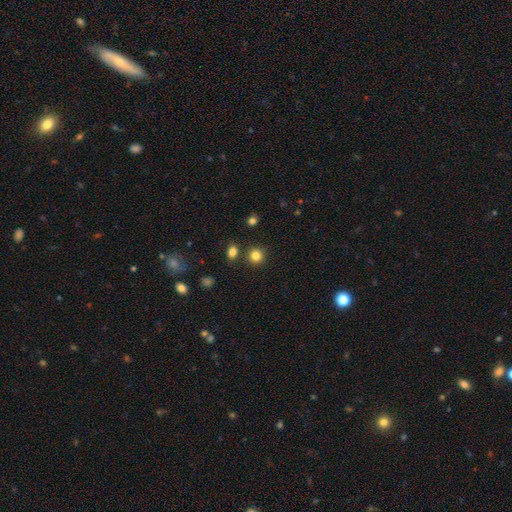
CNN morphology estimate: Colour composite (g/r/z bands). It shows a smooth galaxy with no disk features (82%) that is round (90%). Merging: none (85%).